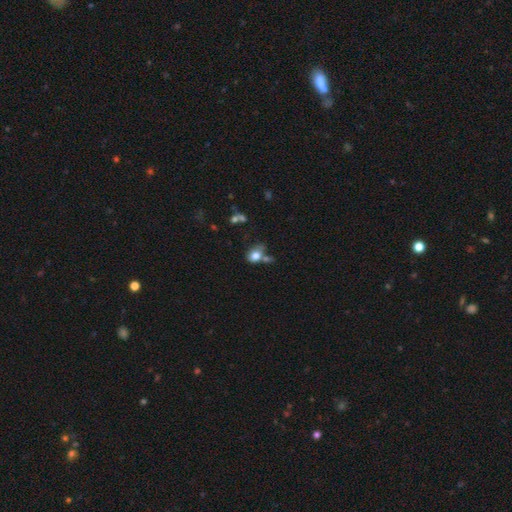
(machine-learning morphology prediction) Smooth or featured?
  - smooth: 76% *
  - featured or disk: 14%
  - star or artifact: 10%
How rounded?
  - in between: 64% *
  - round: 34%
  - cigar-shaped: 2%
Merging?
  - none: 37% *
  - merger: 31%
  - minor disturbance: 20%
  - major disturbance: 12%